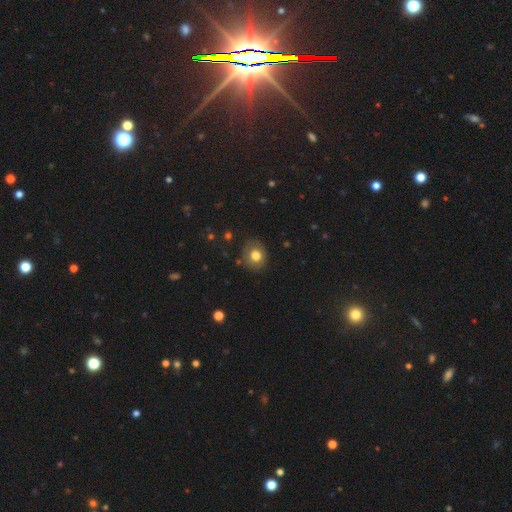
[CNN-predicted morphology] A smooth galaxy with no disk features (78%) that is round (74%). Merging: none (84%).